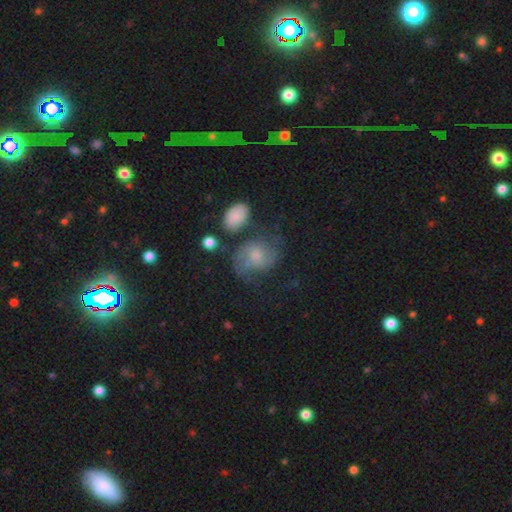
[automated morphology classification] type=featured or disk (55%); edge-on=no (97%); bar=no (66%); spiral arms=yes (81%); bulge=small (42%); merging=none (45%).